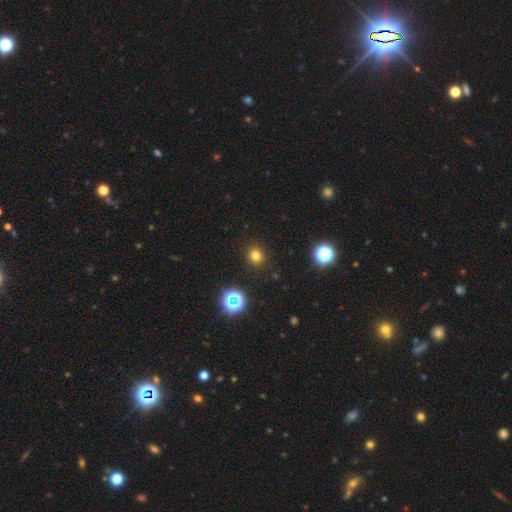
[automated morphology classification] Smooth or featured? smooth (76%)
How rounded? round (85%)
Merging? none (90%)